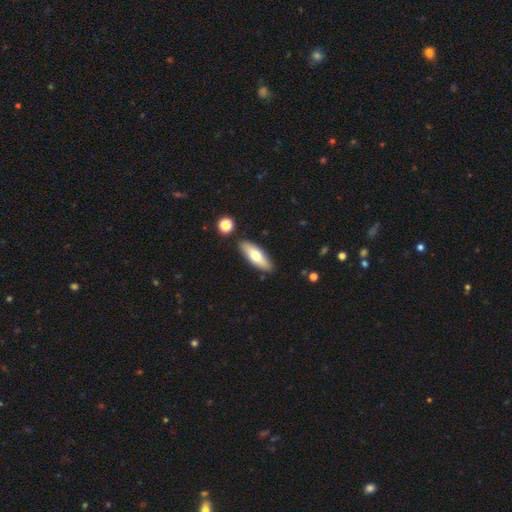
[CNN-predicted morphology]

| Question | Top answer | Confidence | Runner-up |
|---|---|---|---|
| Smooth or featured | smooth | 64% | featured or disk (30%) |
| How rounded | in between | 59% | cigar-shaped (39%) |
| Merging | none | 86% | minor disturbance (9%) |